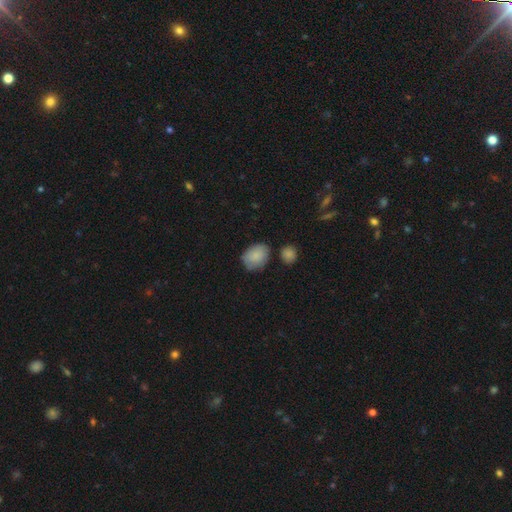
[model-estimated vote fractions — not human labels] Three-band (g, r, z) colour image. It shows a smooth galaxy with no disk features (84%) that is in between round and cigar-shaped (73%). Merging: none (66%).